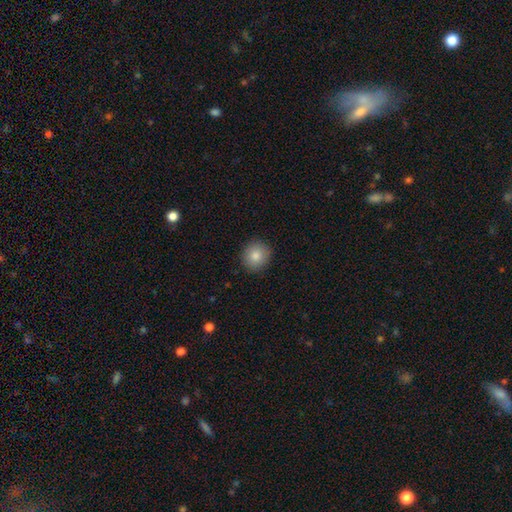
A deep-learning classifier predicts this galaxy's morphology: Smooth or featured? smooth (84%)
How rounded? round (85%)
Merging? none (90%)